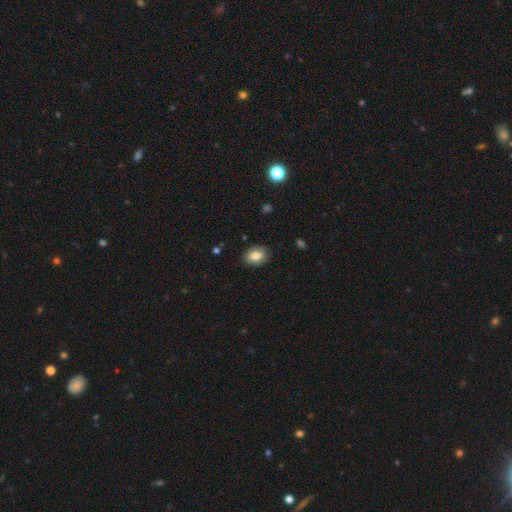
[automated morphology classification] smooth 79%, featured or disk 13%, star or artifact 8%. Down the decision tree: how rounded — in between (77%); merging — none (88%).